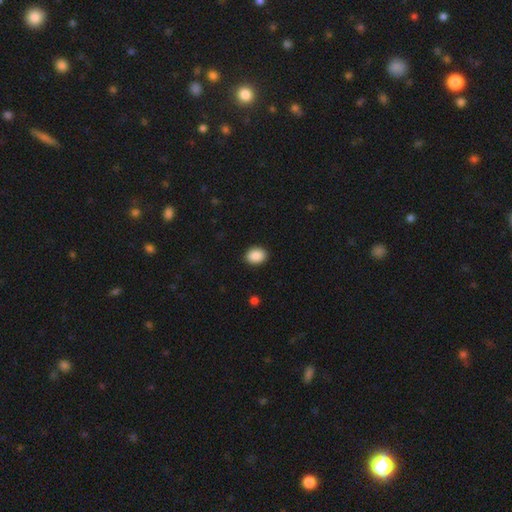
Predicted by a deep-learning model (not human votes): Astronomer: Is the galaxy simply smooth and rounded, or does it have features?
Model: smooth — 89%.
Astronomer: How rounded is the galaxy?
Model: in between — 54% (runner-up: round, 45%).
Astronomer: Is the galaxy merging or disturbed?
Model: none — 90%.